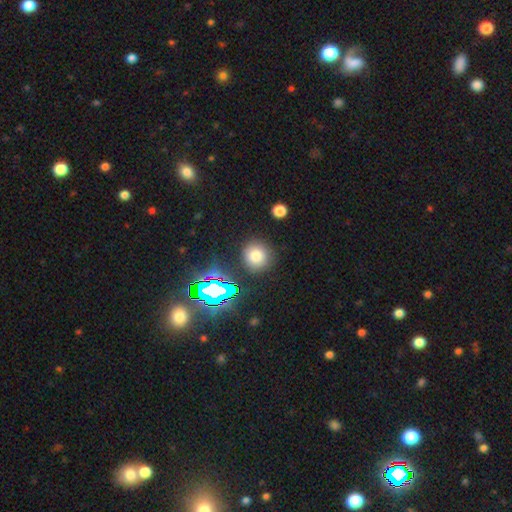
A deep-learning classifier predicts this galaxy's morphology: smooth-or-featured: smooth: 73% | star or artifact: 19% | featured or disk: 8%
  how-rounded: round: 89% | in between: 10% | cigar-shaped: 1%
  merging: none: 85% | minor disturbance: 9% | major disturbance: 3% | merger: 3%